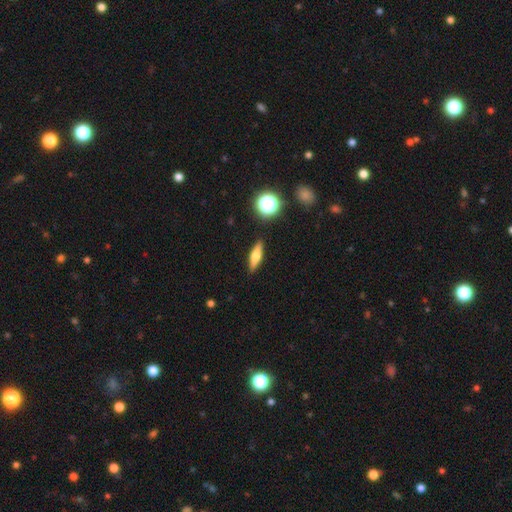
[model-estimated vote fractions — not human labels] Smooth or featured: smooth — 53% (featured or disk — 38%)
How rounded: cigar-shaped — 61% (in between — 35%)
Merging: none — 88% (minor disturbance — 8%)